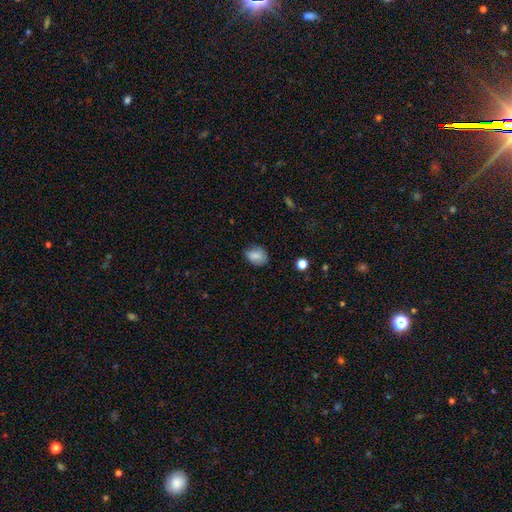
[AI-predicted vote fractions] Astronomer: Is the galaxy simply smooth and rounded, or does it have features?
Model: smooth — 82%.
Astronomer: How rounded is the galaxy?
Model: in between — 63%.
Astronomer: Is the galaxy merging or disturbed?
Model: none — 71%.